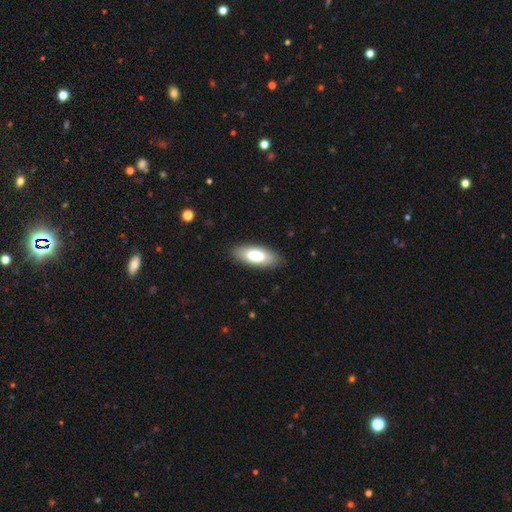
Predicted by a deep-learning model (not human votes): Overall: smooth (77%). How rounded: in between (80%). Merging: none (86%).